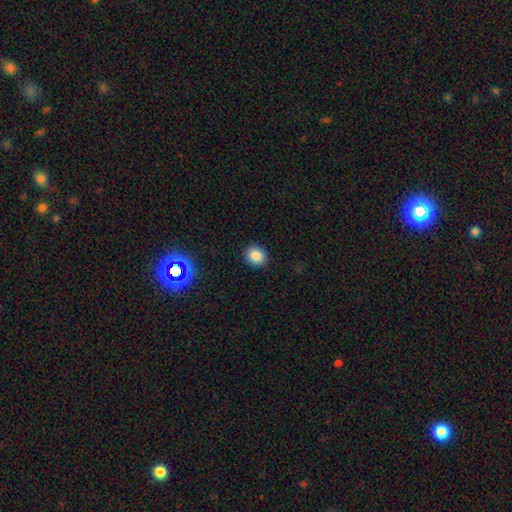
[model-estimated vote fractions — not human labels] Smooth or featured? Predicted: smooth (p=0.84). How rounded? Predicted: round (p=0.68). Merging? Predicted: none (p=0.90).